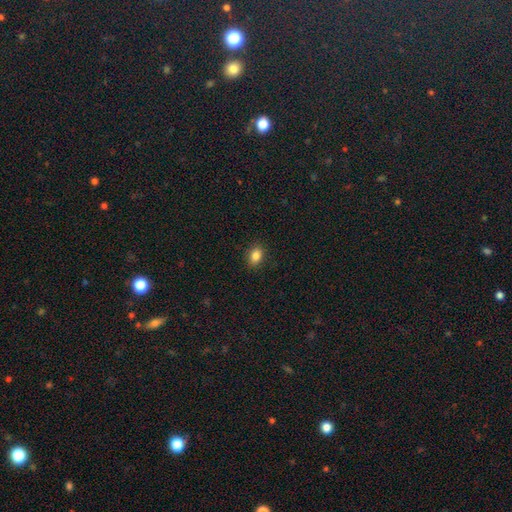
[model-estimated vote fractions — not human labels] Smooth or featured? smooth (85%)
How rounded? in between (78%)
Merging? none (89%)